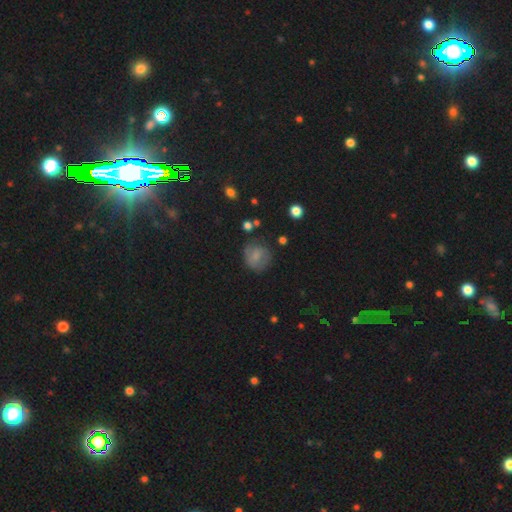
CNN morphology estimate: This appears to be a smooth galaxy with no disk features (66%) that is round (80%). Merging: none (62%).